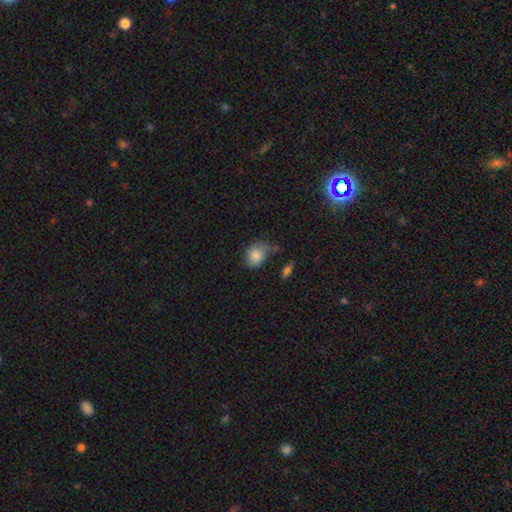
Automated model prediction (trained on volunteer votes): The model was most divided on "merging": none: 56%, minor disturbance: 30%, major disturbance: 8%, merger: 6%. More confident: smooth or featured — smooth (85%); how rounded — in between (64%).